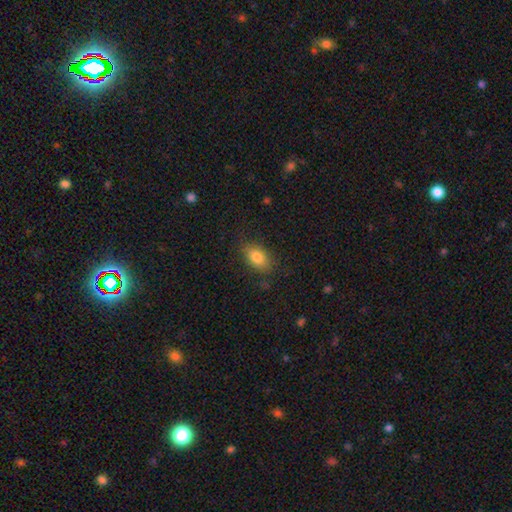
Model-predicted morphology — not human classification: Smooth or featured?
  - smooth: 81% *
  - featured or disk: 10%
  - star or artifact: 9%
How rounded?
  - in between: 87% *
  - round: 11%
  - cigar-shaped: 3%
Merging?
  - none: 81% *
  - minor disturbance: 14%
  - major disturbance: 4%
  - merger: 1%